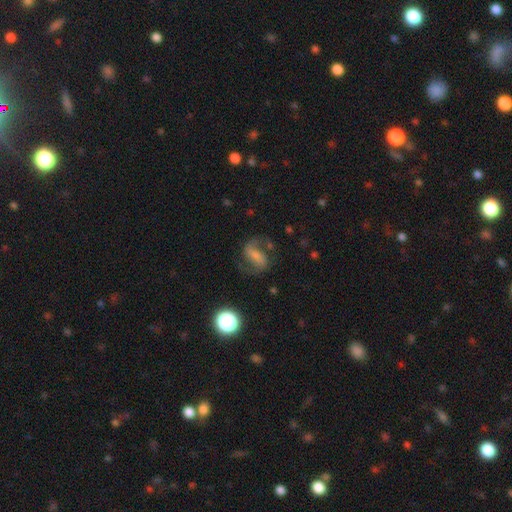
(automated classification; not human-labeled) smooth-or-featured: featured or disk: 71% | smooth: 18% | star or artifact: 11%
  disk-edge-on: no: 97% | yes: 3%
    bar: weak: 39% (tied) | strong: 39% (tied) | no: 22%
    has-spiral-arms: yes: 93% | no: 7%
      spiral-winding: medium: 47% | loose: 43% | tight: 11%
      spiral-arm-count: 2: 91% | can't tell: 3% | 1: 3% | 3: 1% | 4: 1% | more than 4: 1%
    bulge-size: small: 40% | moderate: 28% | none: 21% | large: 8% | dominant: 2%
  merging: none: 68% | minor disturbance: 16% | major disturbance: 13% | merger: 3%